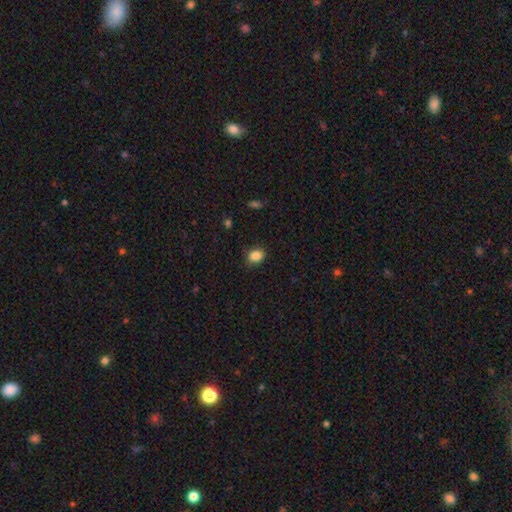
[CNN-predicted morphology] smooth-or-featured: smooth: 86% | star or artifact: 9% | featured or disk: 5%
  how-rounded: in between: 61% | round: 38% | cigar-shaped: 1%
  merging: none: 84% | minor disturbance: 13% | major disturbance: 3% | merger: 1%